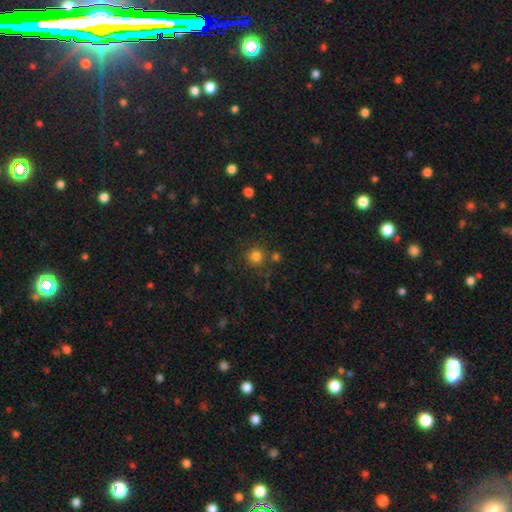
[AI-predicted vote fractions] This is clearly a smooth galaxy (81%). How rounded: clearly round (93%). Merging: clearly none (80%).